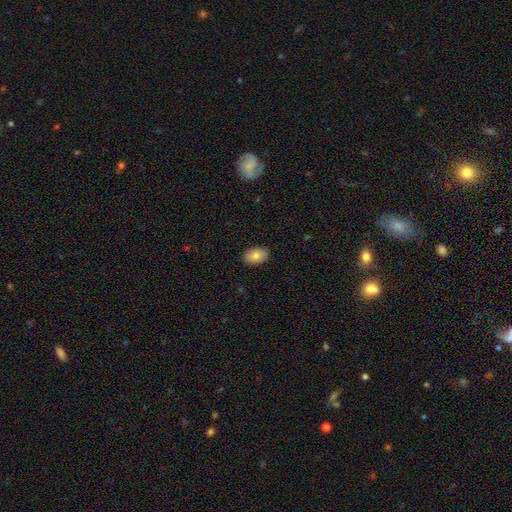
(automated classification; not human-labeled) smooth 81%, featured or disk 12%, star or artifact 7%. Down the decision tree: how rounded — in between (88%); merging — none (88%).